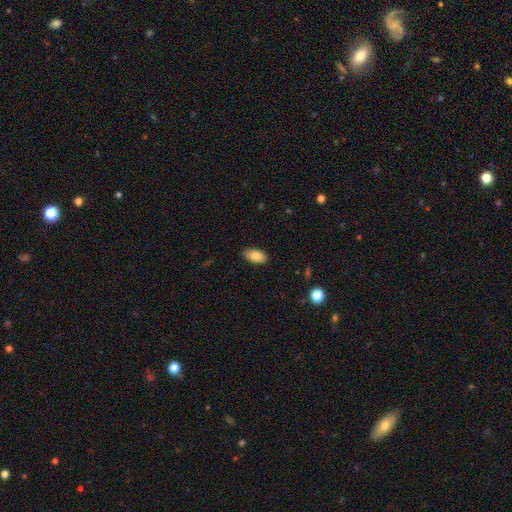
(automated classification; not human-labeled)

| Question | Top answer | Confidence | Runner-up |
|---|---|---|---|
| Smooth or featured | smooth | 83% | featured or disk (10%) |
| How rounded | in between | 94% | round (4%) |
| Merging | none | 87% | minor disturbance (10%) |